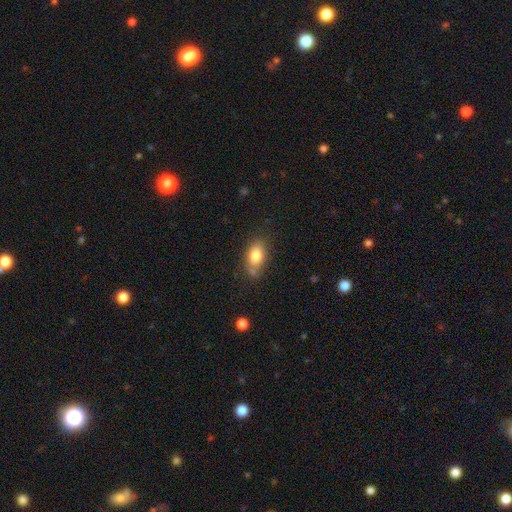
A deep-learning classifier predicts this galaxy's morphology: Smooth or featured? Predicted: smooth (p=0.81). How rounded? Predicted: in between (p=0.86). Merging? Predicted: none (p=0.66).